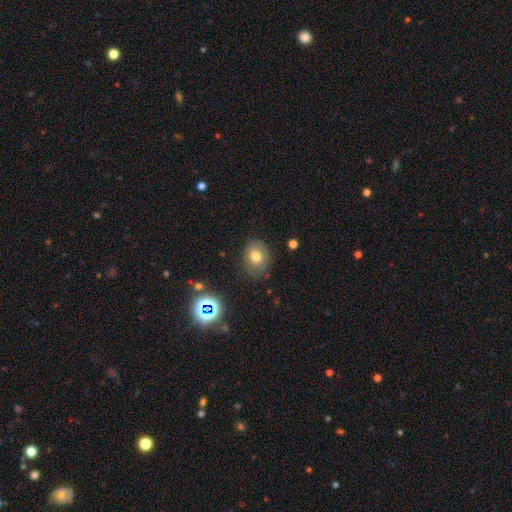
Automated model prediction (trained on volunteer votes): smooth 72%, star or artifact 14%, featured or disk 14%. Down the decision tree: how rounded — round (51%); merging — none (76%).